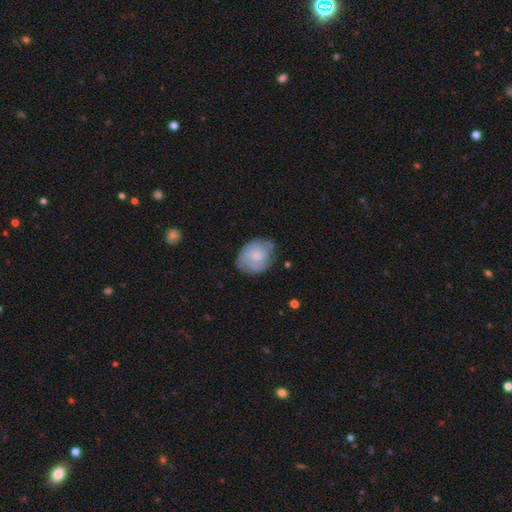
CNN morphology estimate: This appears to be a featured or disk galaxy (48%). Merging: none (67%).